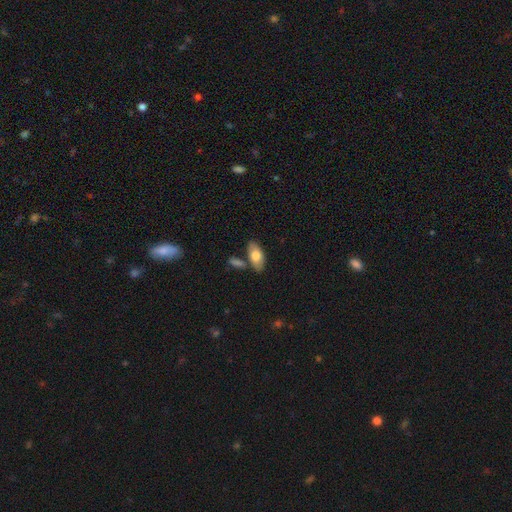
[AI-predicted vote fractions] This appears to be a smooth galaxy with no disk features (73%) that is in between round and cigar-shaped (90%). Merging: none (74%).